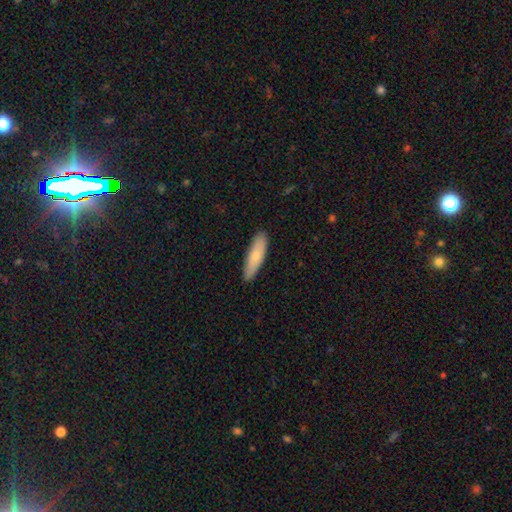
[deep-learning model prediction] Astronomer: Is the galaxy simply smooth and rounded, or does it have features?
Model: smooth — 80%.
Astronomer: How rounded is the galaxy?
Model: cigar-shaped — 65%.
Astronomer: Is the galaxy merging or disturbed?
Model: none — 88%.